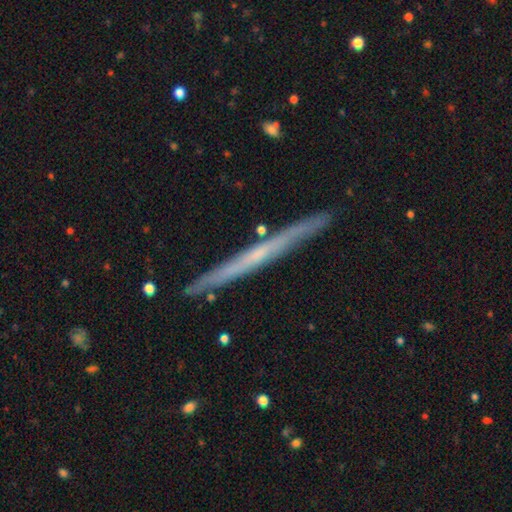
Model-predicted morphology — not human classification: Smooth or featured? Predicted: featured or disk (p=0.65). Edge-on disk? Predicted: yes (p=0.97). Edge-on bulge? Predicted: none (p=0.81). Merging? Predicted: none (p=0.89).